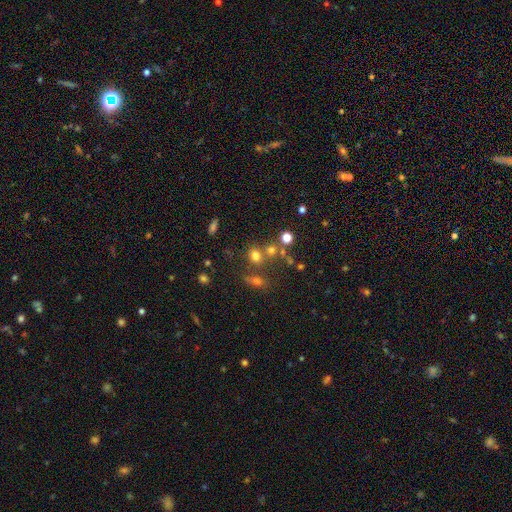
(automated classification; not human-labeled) This is likely a smooth galaxy (69%). How rounded: likely round (73%). Merging: possibly none (57%).